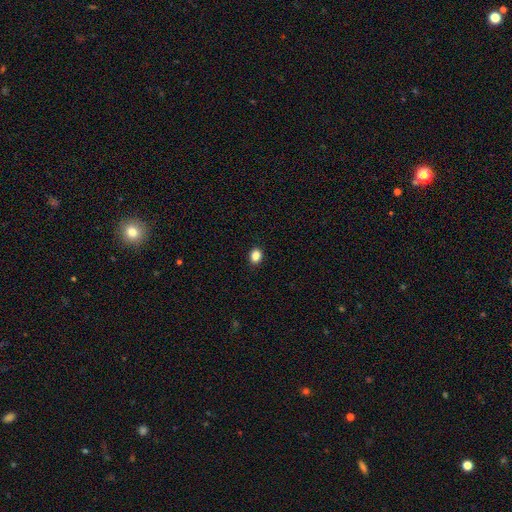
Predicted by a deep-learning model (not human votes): Overall: smooth (87%). How rounded: in between (57%; round 42%). Merging: none (90%).